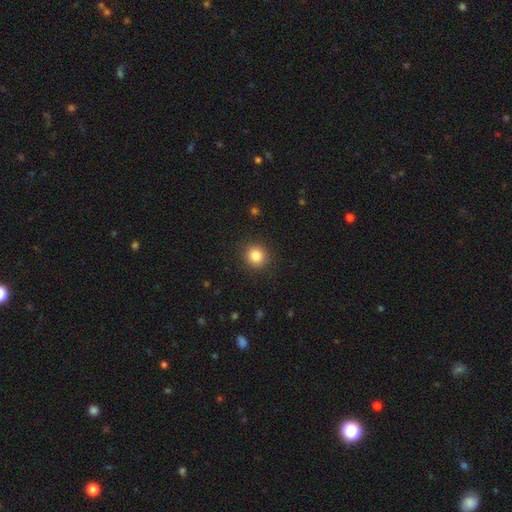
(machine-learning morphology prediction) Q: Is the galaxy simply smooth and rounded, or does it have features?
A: smooth — 85%.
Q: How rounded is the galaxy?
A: round — 89%.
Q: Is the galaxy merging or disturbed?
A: none — 91%.